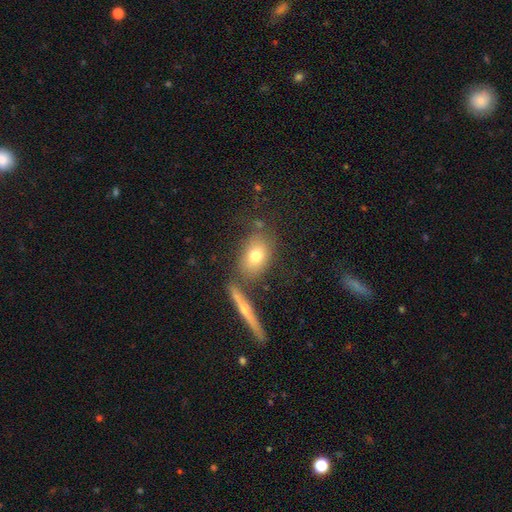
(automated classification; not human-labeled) Smooth or featured: smooth — 69% (featured or disk — 20%)
How rounded: in between — 69% (round — 26%)
Merging: none — 68% (minor disturbance — 14%)